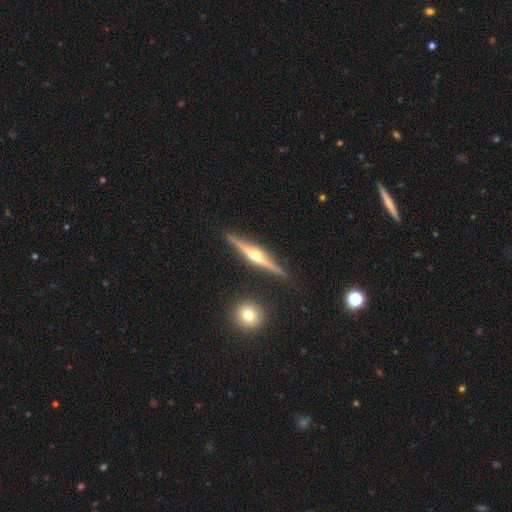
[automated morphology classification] This appears to be a featured or disk galaxy (83%) viewed edge-on (98%) with a rounded central bulge (93%). Merging: none (90%).